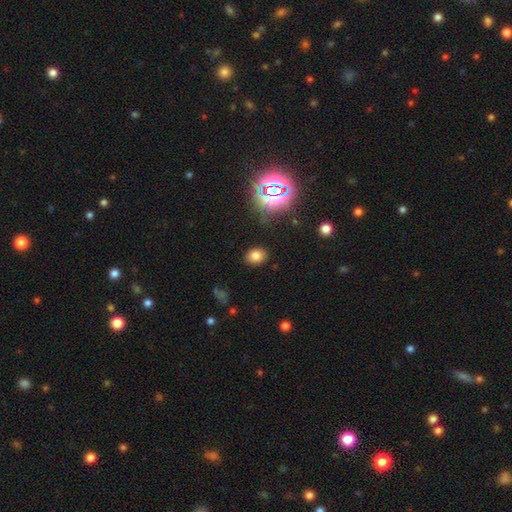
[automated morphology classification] This is likely a smooth galaxy (74%). How rounded: likely in between (60%). Merging: clearly none (87%).